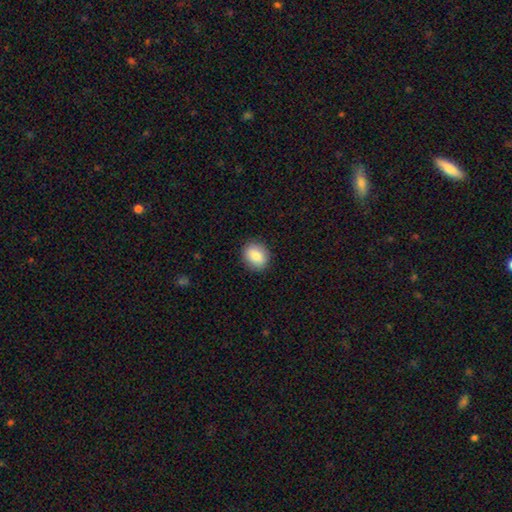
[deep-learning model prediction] Q: Smooth or featured?
A: smooth (84%); runner-up: featured or disk (8%)
Q: How rounded?
A: round (62%); runner-up: in between (37%)
Q: Merging?
A: none (88%); runner-up: minor disturbance (9%)